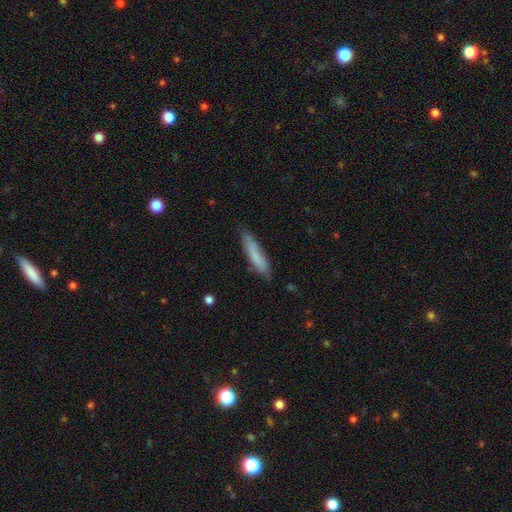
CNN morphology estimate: Smooth or featured: smooth — 78% (featured or disk — 15%)
How rounded: cigar-shaped — 84% (in between — 15%)
Merging: none — 77% (minor disturbance — 18%)